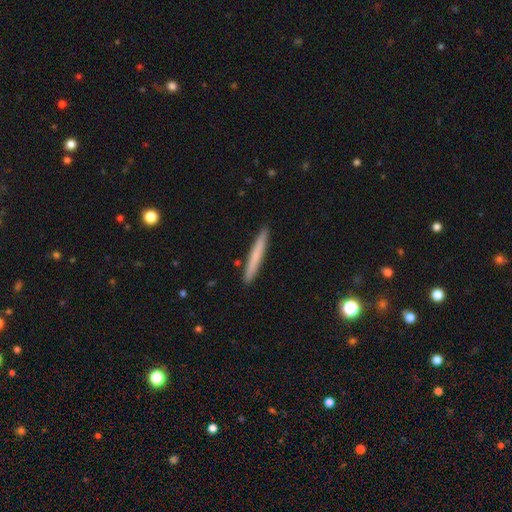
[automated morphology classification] Smooth or featured: smooth — 68% (featured or disk — 26%)
How rounded: cigar-shaped — 97% (in between — 2%)
Merging: none — 91% (minor disturbance — 6%)